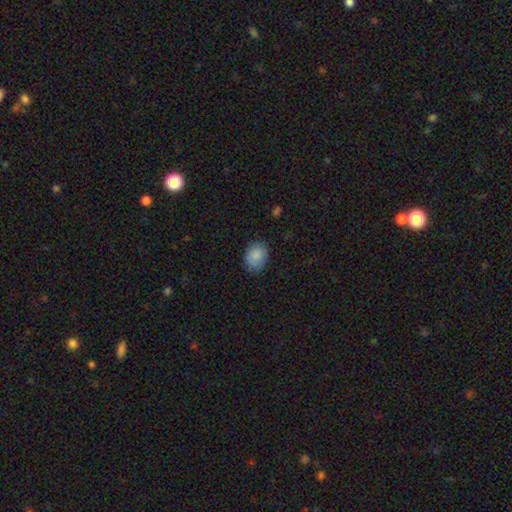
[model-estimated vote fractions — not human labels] smooth_or_featured: smooth (p=0.88) [alt: star or artifact p=0.08]
how_rounded: in between (p=0.58) [alt: round p=0.42]
merging: none (p=0.80) [alt: minor disturbance p=0.16]